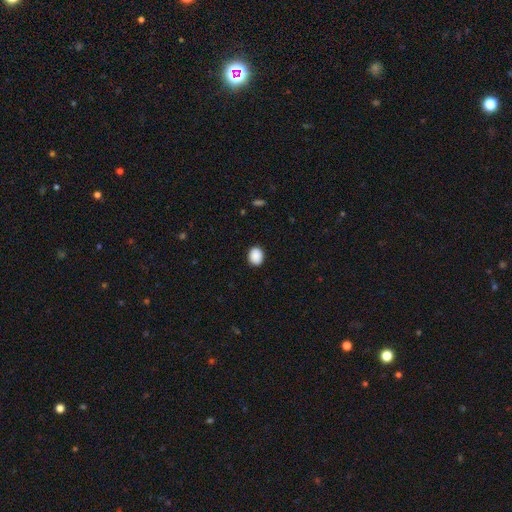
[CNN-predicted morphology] Q: Smooth or featured?
A: smooth (90%); runner-up: star or artifact (8%)
Q: How rounded?
A: round (53%); runner-up: in between (47%)
Q: Merging?
A: none (90%); runner-up: minor disturbance (7%)